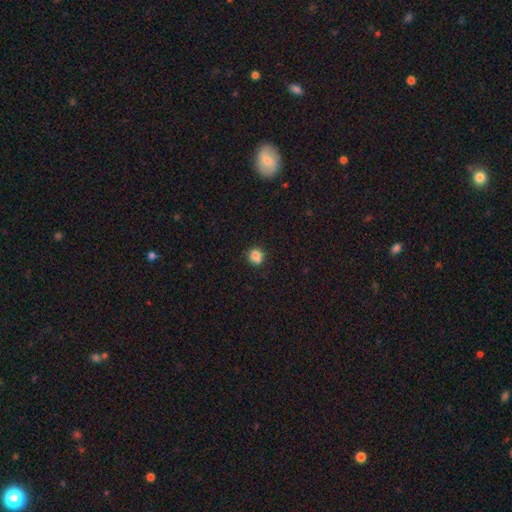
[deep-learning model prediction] A smooth galaxy with no disk features (82%) that is round (75%).

Vote fractions:
- Smooth or featured? smooth: 82% / star or artifact: 11% / featured or disk: 7%
- How rounded? round: 75% / in between: 24% / cigar-shaped: 1%
- Merging? none: 69% / minor disturbance: 19% / merger: 8% / major disturbance: 4%